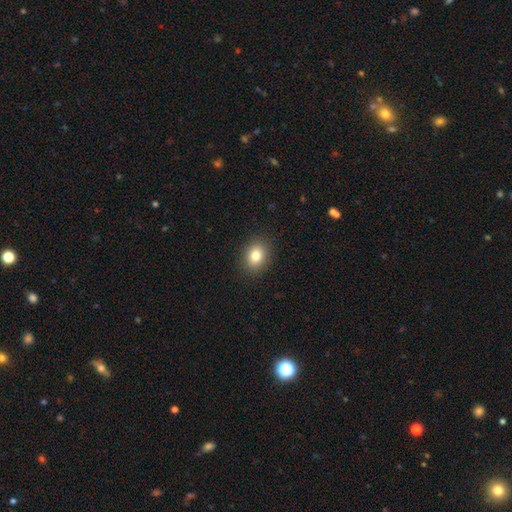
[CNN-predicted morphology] Q: Smooth or featured?
A: smooth (82%); runner-up: star or artifact (10%)
Q: How rounded?
A: in between (56%); runner-up: round (43%)
Q: Merging?
A: none (89%); runner-up: minor disturbance (8%)